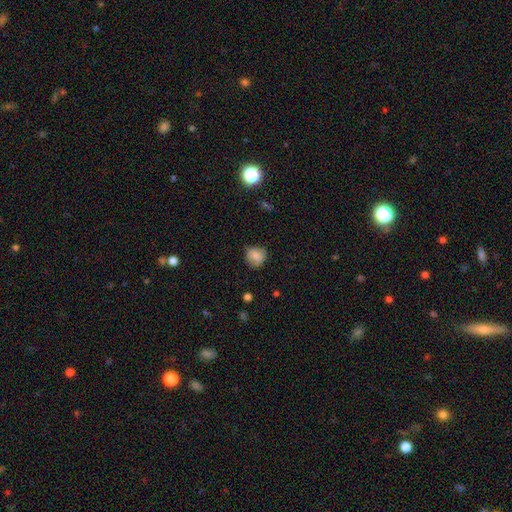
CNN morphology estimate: smooth_or_featured: smooth (p=0.78) [alt: featured or disk p=0.13]
how_rounded: round (p=0.79) [alt: in between p=0.20]
merging: none (p=0.71) [alt: minor disturbance p=0.23]